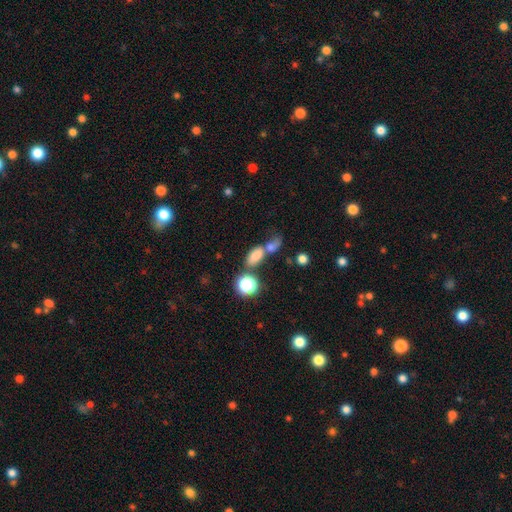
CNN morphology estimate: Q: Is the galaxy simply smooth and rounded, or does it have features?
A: smooth — 75%.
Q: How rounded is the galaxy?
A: in between — 79%.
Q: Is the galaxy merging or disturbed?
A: merger — 42%.